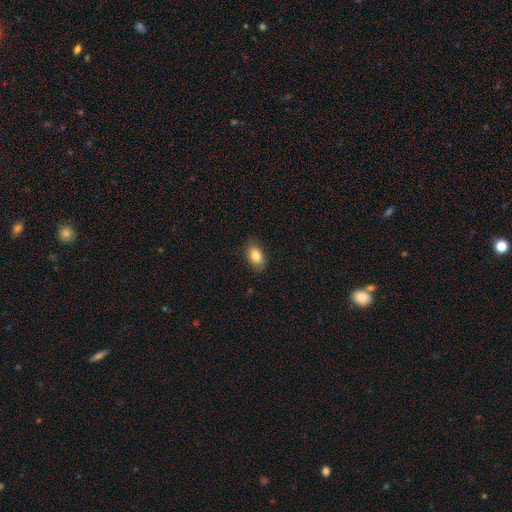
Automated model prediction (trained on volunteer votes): Smooth or featured? Predicted: smooth (p=0.84). How rounded? Predicted: in between (p=0.90). Merging? Predicted: none (p=0.83).